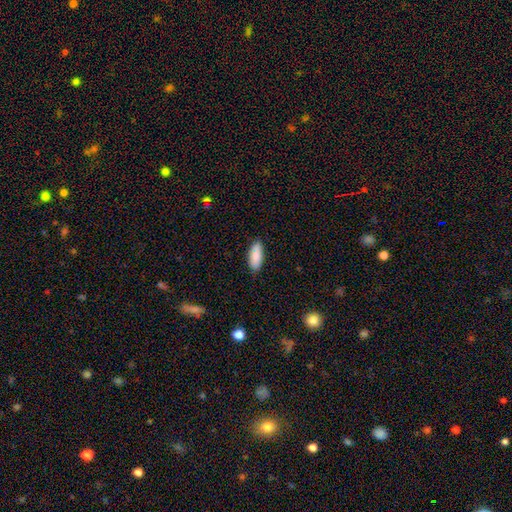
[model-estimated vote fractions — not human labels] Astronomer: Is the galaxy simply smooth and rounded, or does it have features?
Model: smooth — 87%.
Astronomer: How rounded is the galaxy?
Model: in between — 78%.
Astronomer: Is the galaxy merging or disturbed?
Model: none — 84%.